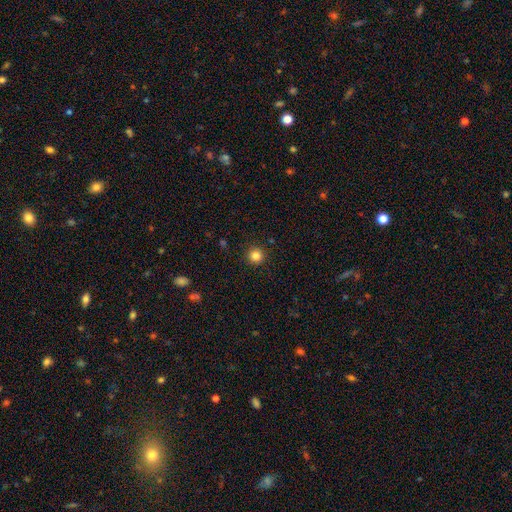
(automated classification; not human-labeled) smooth_or_featured: smooth (p=0.84) [alt: star or artifact p=0.12]
how_rounded: round (p=0.95) [alt: in between p=0.04]
merging: none (p=0.92) [alt: minor disturbance p=0.05]